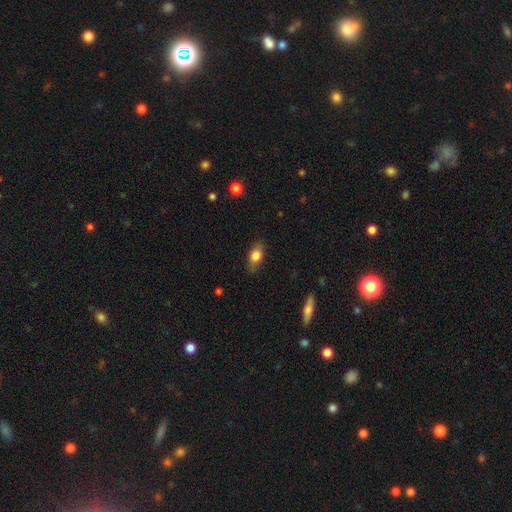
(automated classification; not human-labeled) This appears to be a smooth galaxy with no disk features (79%) that is in between round and cigar-shaped (82%). Merging: none (82%).